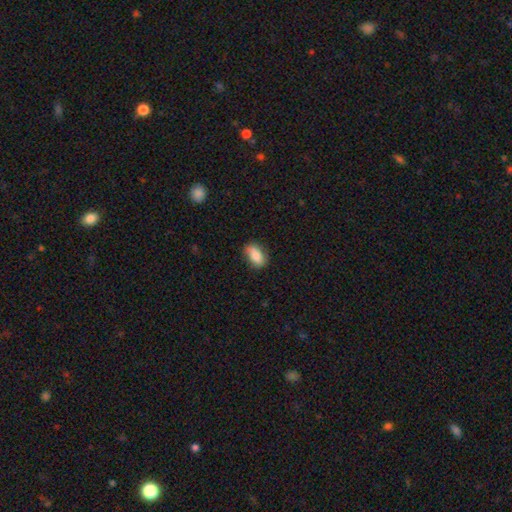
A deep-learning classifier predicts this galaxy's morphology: smooth 83%, featured or disk 10%, star or artifact 7%. Down the decision tree: how rounded — in between (89%); merging — none (80%).